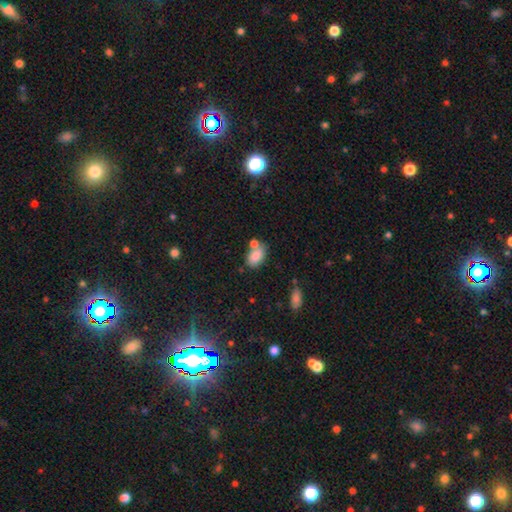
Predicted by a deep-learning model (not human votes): Smooth or featured: smooth — 82% (featured or disk — 9%)
How rounded: in between — 89% (round — 9%)
Merging: none — 52% (merger — 28%)